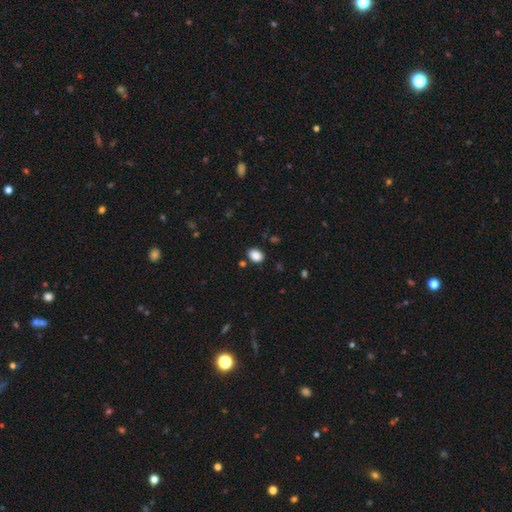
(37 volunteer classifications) Volunteers were most divided on "how rounded": in between: 73%, round: 27%, cigar-shaped: 0%. More confident: smooth or featured — smooth (89%); merging — none (83%).